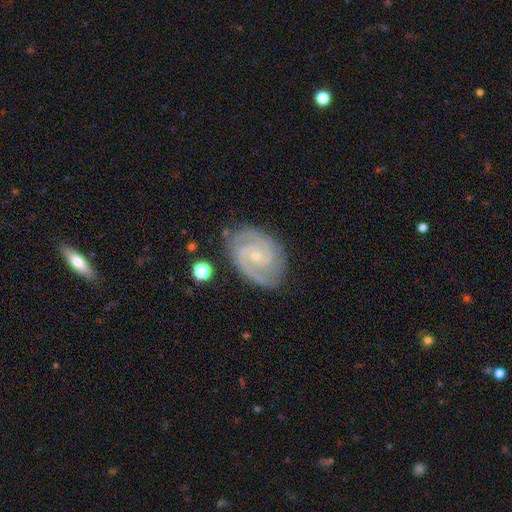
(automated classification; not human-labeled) Smooth or featured?
  - featured or disk: 91% *
  - star or artifact: 5%
  - smooth: 4%
Edge-on disk?
  - no: 98% *
  - yes: 2%
Bar?
  - no: 61% *
  - weak: 31%
  - strong: 8%
Spiral arms?
  - yes: 98% *
  - no: 2%
Spiral winding?
  - tight: 61% *
  - medium: 35%
  - loose: 4%
Spiral arm count?
  - 2: 70% *
  - 3: 16%
  - can't tell: 5%
  - 4: 3%
  - 1: 2%
  - more than 4: 2%
Bulge size?
  - small: 80% *
  - moderate: 16%
  - none: 2%
  - large: 1%
  - dominant: 1%
Merging?
  - none: 81% *
  - minor disturbance: 14%
  - major disturbance: 3%
  - merger: 2%